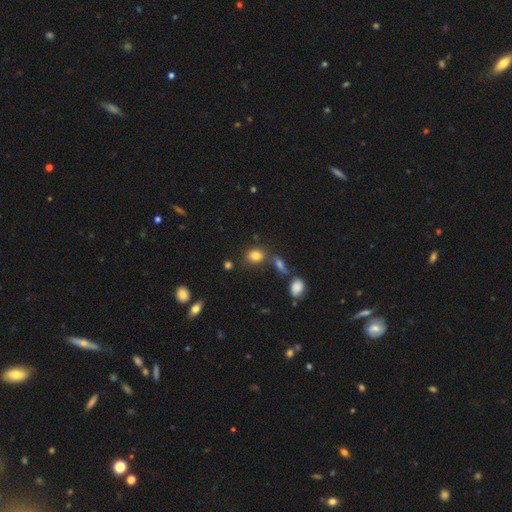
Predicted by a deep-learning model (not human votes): The model was most divided on "how rounded": round: 50%, in between: 49%, cigar-shaped: 2%. More confident: smooth or featured — smooth (80%); merging — none (71%).